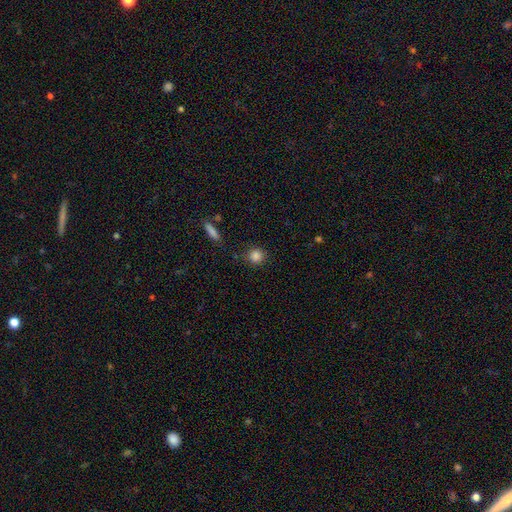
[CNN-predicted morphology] A smooth galaxy with no disk features (85%) that is round (88%). Merging: none (84%).